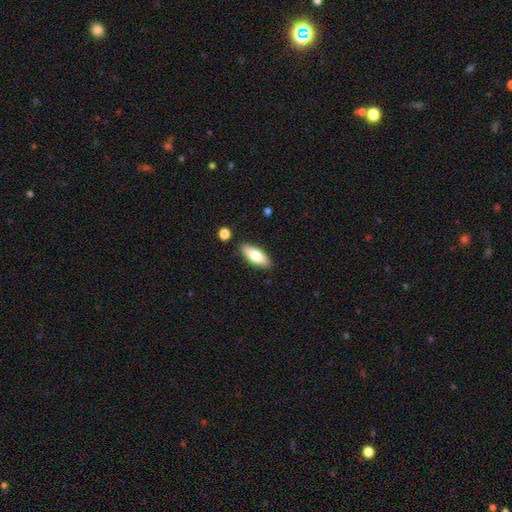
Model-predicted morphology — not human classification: This appears to be a smooth galaxy with no disk features (72%) that is in between round and cigar-shaped (74%). Merging: none (86%).